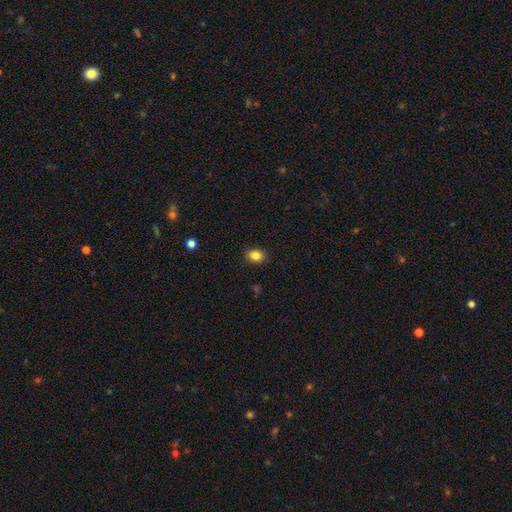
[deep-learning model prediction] This appears to be a smooth galaxy with no disk features (84%) that is in between round and cigar-shaped (64%). Merging: none (88%).